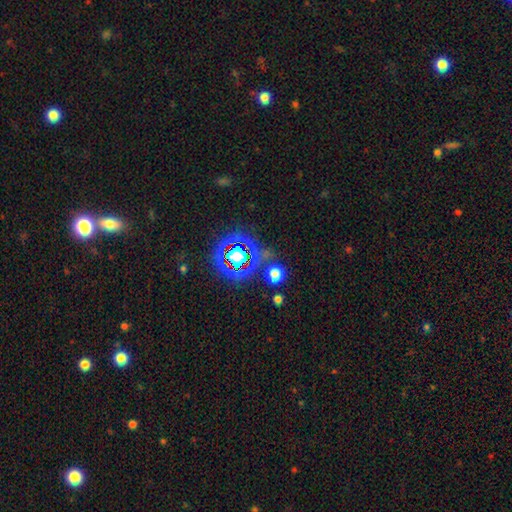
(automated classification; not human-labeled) This appears to be a star or artifact, not a galaxy (78%).